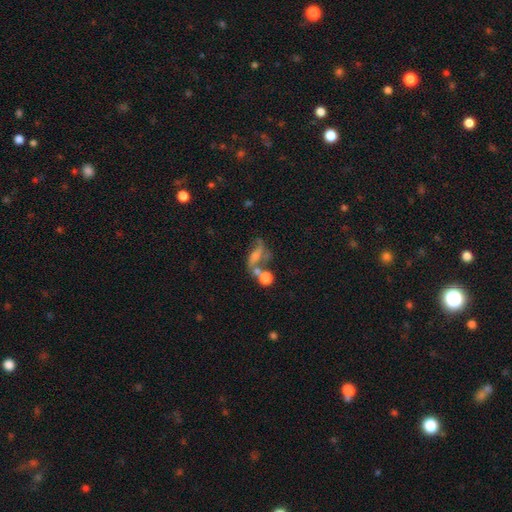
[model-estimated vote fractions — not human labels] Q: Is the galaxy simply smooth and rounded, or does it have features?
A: featured or disk — 46%.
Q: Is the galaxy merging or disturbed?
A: merger — 32%.